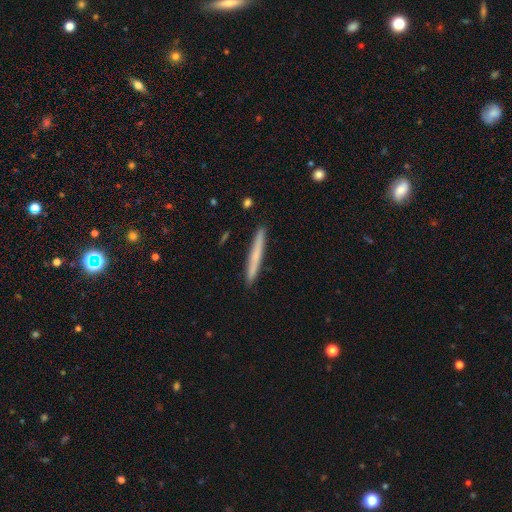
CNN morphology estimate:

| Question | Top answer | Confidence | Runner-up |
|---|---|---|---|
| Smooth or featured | smooth | 63% | featured or disk (31%) |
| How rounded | cigar-shaped | 97% | in between (2%) |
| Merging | none | 92% | minor disturbance (6%) |